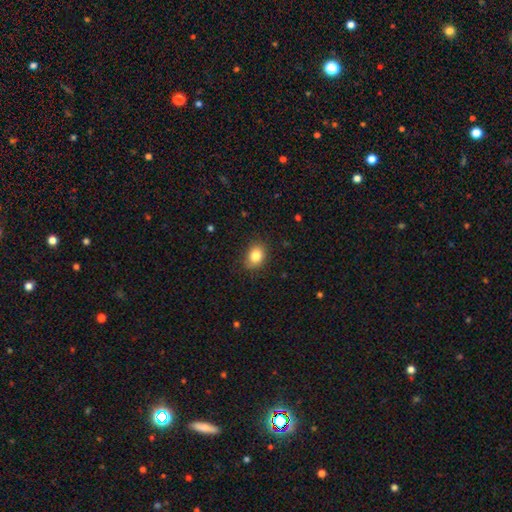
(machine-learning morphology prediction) This is clearly a smooth galaxy (84%). How rounded: likely in between (60%). Merging: clearly none (82%).